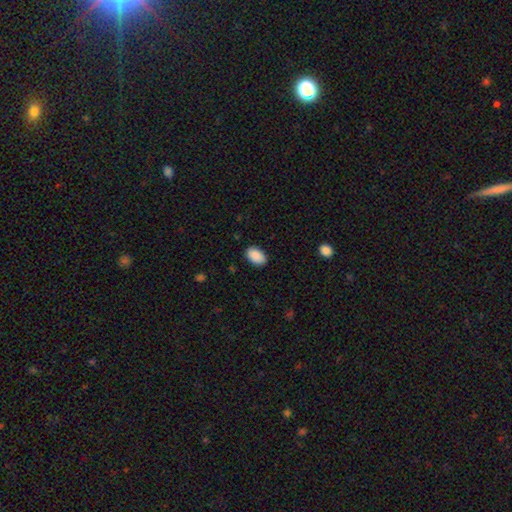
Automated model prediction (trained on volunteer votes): This appears to be a smooth galaxy with no disk features (90%) that is in between round and cigar-shaped (91%). Merging: none (87%).